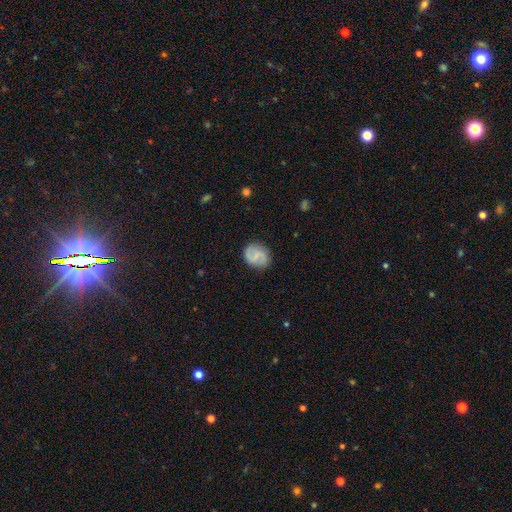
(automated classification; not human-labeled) Smooth or featured? Predicted: featured or disk (p=0.60). Edge-on disk? Predicted: no (p=0.98). Bar? Predicted: weak (p=0.51). Spiral arms? Predicted: yes (p=0.90). Spiral winding? Predicted: medium (p=0.46). Spiral arm count? Predicted: 2 (p=0.89). Bulge size? Predicted: small (p=0.43). Merging? Predicted: none (p=0.84).